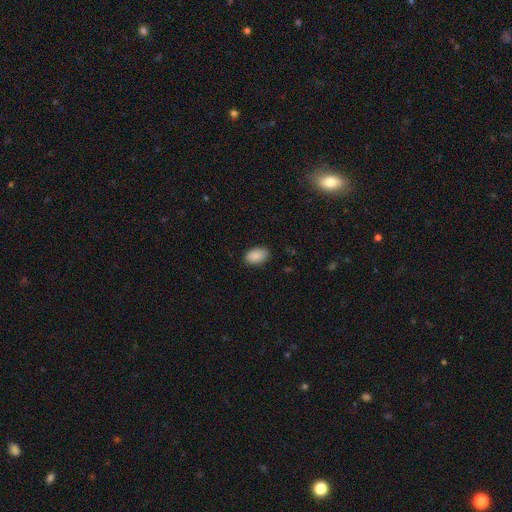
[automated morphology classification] A smooth galaxy with no disk features (89%) that is in between round and cigar-shaped (91%). Merging: none (87%).